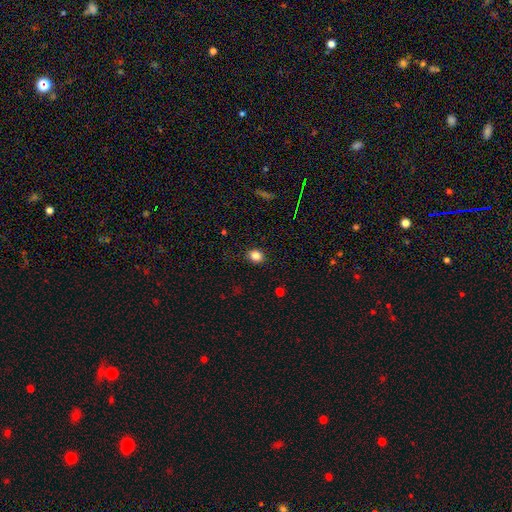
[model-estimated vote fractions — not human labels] smooth 83%, star or artifact 11%, featured or disk 6%. Down the decision tree: how rounded — round (54%); merging — none (86%).